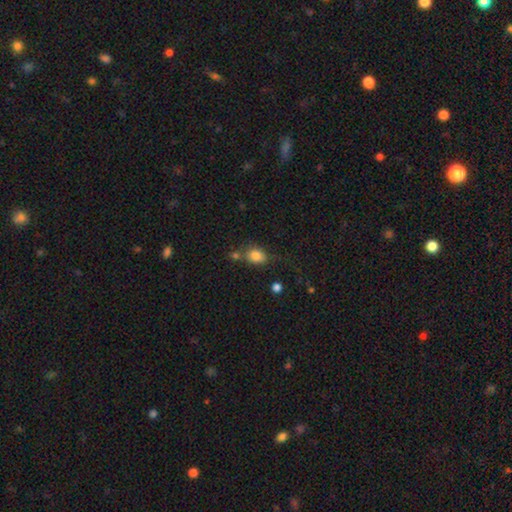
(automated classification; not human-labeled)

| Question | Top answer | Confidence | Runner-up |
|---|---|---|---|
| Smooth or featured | smooth | 82% | star or artifact (10%) |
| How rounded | in between | 53% | round (46%) |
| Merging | none | 58% | minor disturbance (18%) |